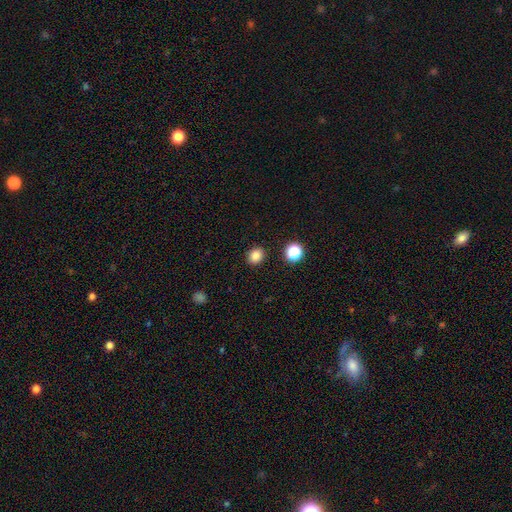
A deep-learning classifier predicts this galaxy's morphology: smooth 84%, star or artifact 12%, featured or disk 4%. Down the decision tree: how rounded — round (67%); merging — none (89%).